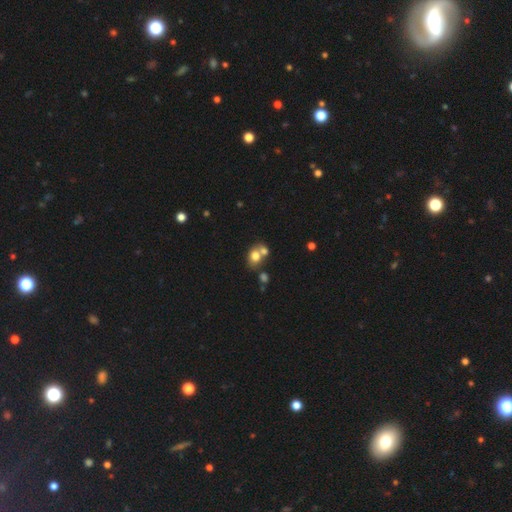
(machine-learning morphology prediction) smooth 75%, featured or disk 14%, star or artifact 11%. Down the decision tree: how rounded — round (50%); merging — merger (48%).